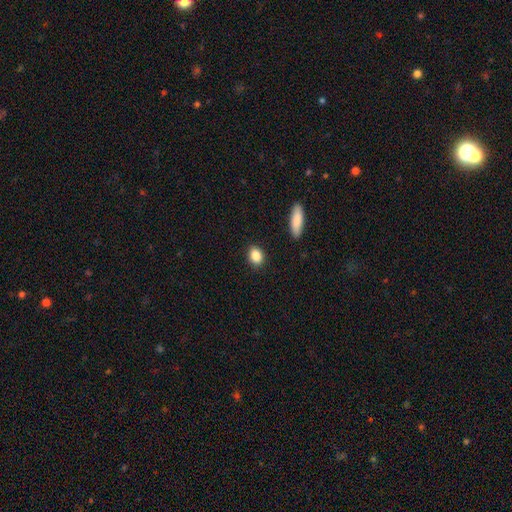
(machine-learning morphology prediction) smooth_or_featured: smooth (p=0.86) [alt: star or artifact p=0.08]
how_rounded: in between (p=0.58) [alt: round p=0.40]
merging: none (p=0.88) [alt: minor disturbance p=0.08]